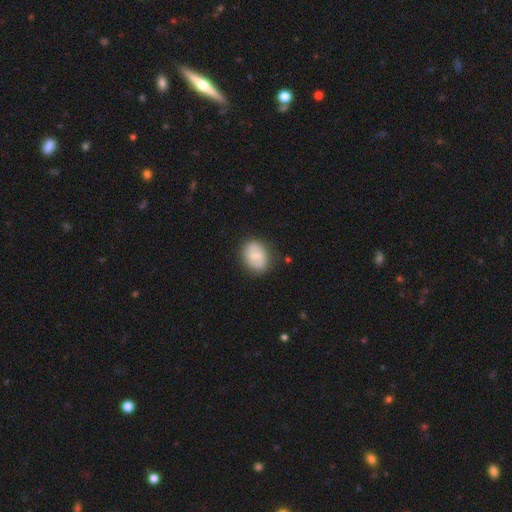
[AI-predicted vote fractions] A smooth galaxy with no disk features (67%) that is in between round and cigar-shaped (61%). Merging: none (79%).